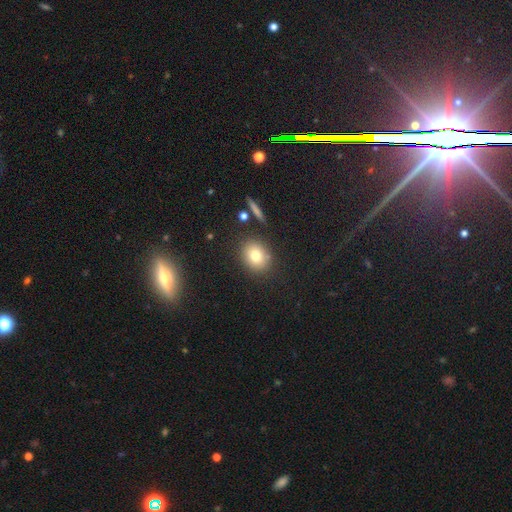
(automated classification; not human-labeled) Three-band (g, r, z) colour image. It shows a smooth galaxy with no disk features (76%) that is round (68%). Merging: none (84%).